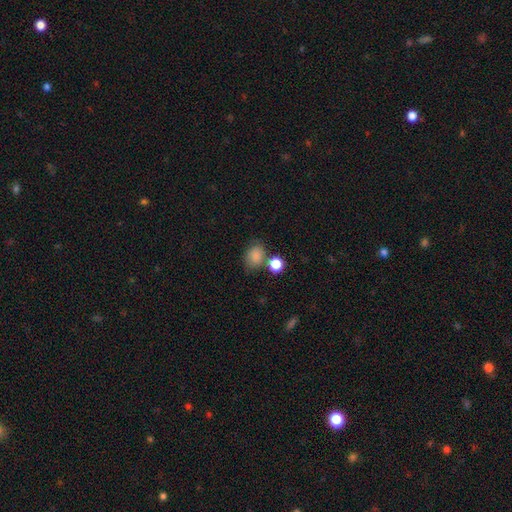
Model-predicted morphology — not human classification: Smooth or featured? smooth (84%)
How rounded? in between (63%)
Merging? none (60%)